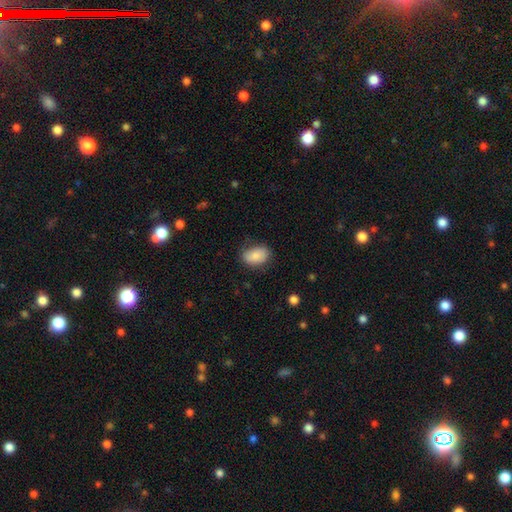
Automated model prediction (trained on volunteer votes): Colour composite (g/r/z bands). It shows a smooth galaxy with no disk features (80%) that is in between round and cigar-shaped (83%). Merging: none (72%).